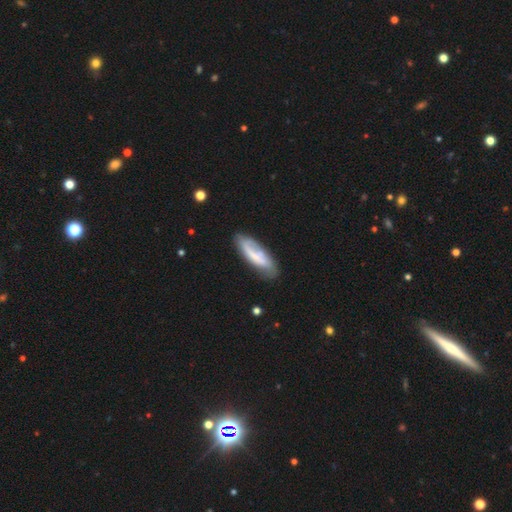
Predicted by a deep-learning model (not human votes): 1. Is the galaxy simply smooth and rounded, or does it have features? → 48% smooth, 45% featured or disk, 7% star or artifact.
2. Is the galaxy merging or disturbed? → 61% none, 26% minor disturbance, 9% major disturbance, 4% merger.